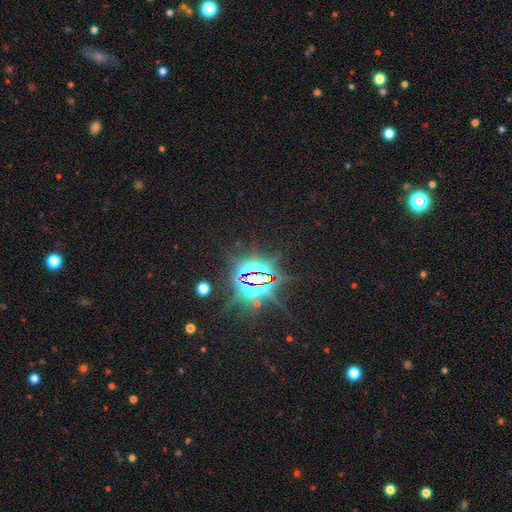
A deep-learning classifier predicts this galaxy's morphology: Smooth or featured? star or artifact (86%)